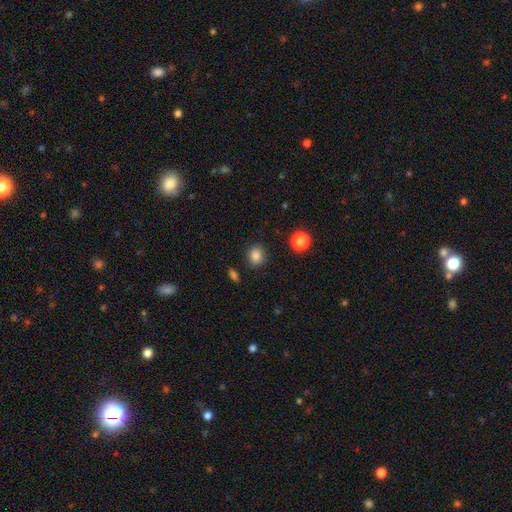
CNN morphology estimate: smooth_or_featured: smooth (p=0.85) [alt: star or artifact p=0.11]
how_rounded: round (p=0.73) [alt: in between p=0.26]
merging: none (p=0.86) [alt: minor disturbance p=0.09]